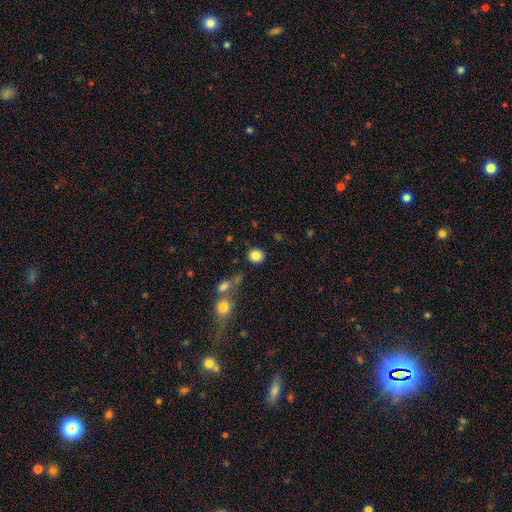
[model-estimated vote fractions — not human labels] This appears to be a smooth galaxy with no disk features (84%) that is round (84%). Merging: none (83%).